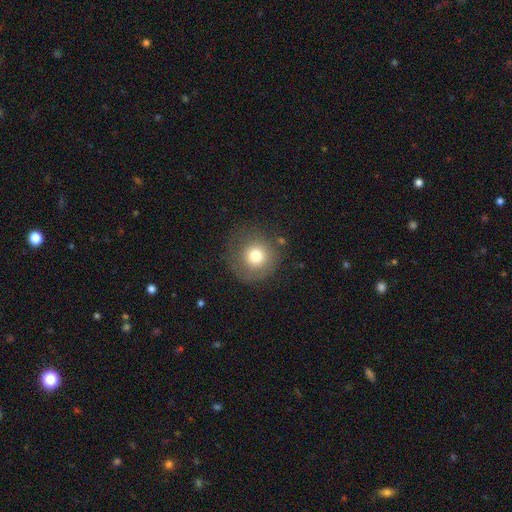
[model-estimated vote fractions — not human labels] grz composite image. It shows a smooth galaxy with no disk features (73%) that is round (93%). Merging: none (73%).